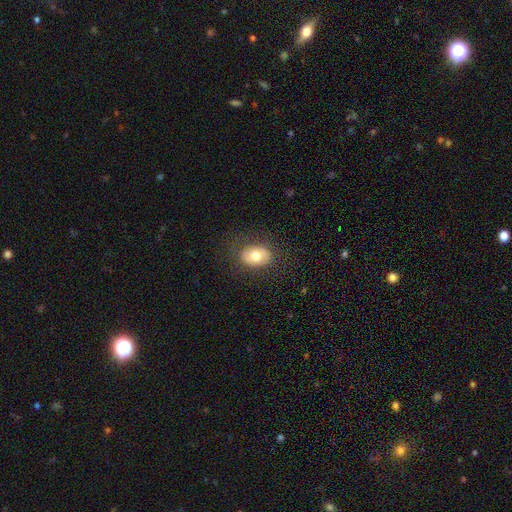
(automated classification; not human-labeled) smooth-or-featured: smooth: 71% | featured or disk: 21% | star or artifact: 8%
  how-rounded: in between: 72% | round: 27% | cigar-shaped: 1%
  merging: none: 81% | minor disturbance: 13% | major disturbance: 6% | merger: 1%